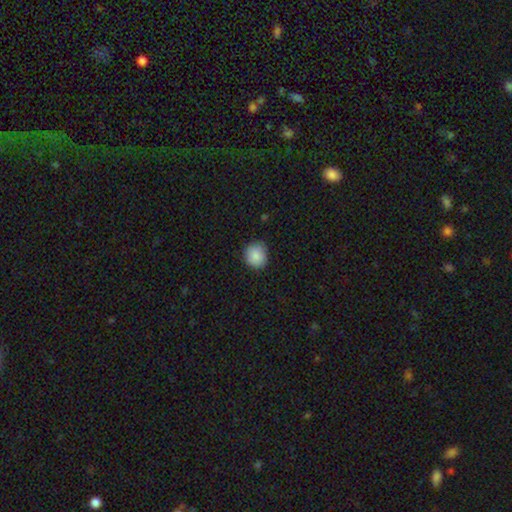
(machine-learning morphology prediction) Overall: smooth (88%). How rounded: round (86%). Merging: none (85%).